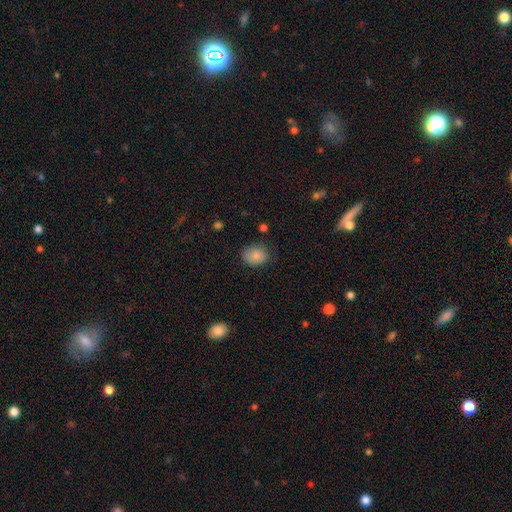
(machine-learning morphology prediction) smooth 84%, star or artifact 9%, featured or disk 7%. Down the decision tree: how rounded — round (55%); merging — none (73%).